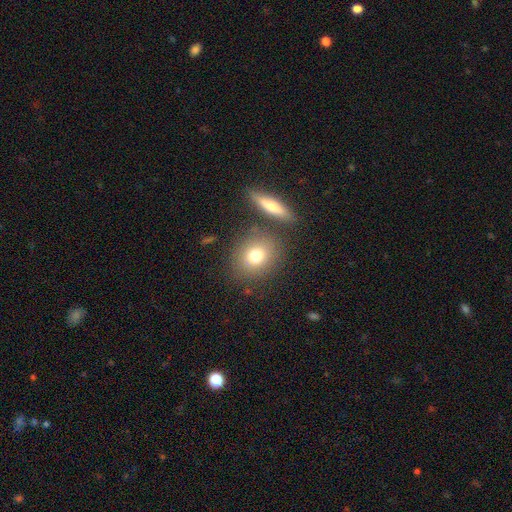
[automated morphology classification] This appears to be a smooth galaxy with no disk features (75%) that is round (68%). Merging: none (76%).